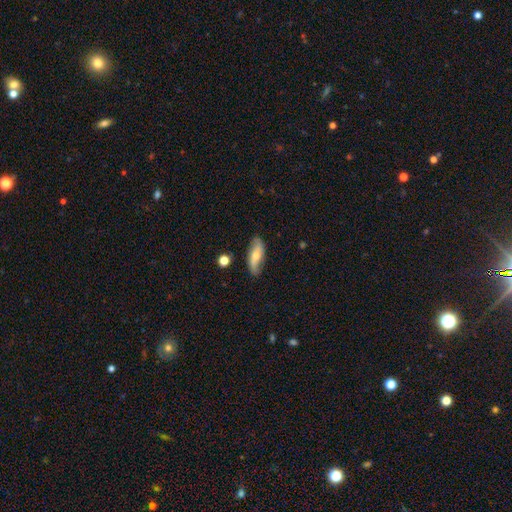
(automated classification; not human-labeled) A featured or disk galaxy (48%).

Vote fractions:
- Smooth or featured? featured or disk: 48% / smooth: 45% / star or artifact: 7%
- Merging? none: 80% / minor disturbance: 15% / major disturbance: 3% / merger: 2%